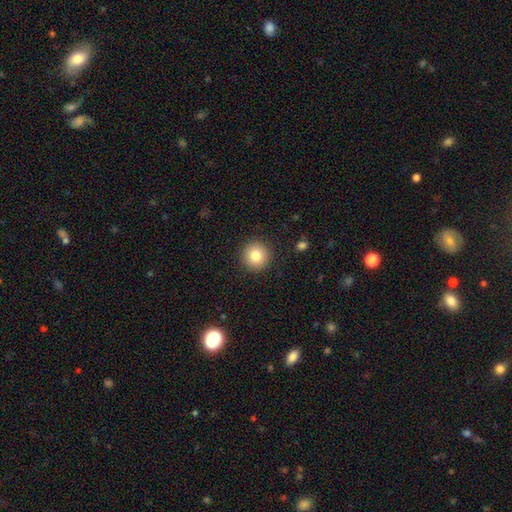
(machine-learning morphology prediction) A smooth galaxy with no disk features (81%) that is round (95%).

Vote fractions:
- Smooth or featured? smooth: 81% / star or artifact: 10% / featured or disk: 9%
- How rounded? round: 95% / in between: 4% / cigar-shaped: 1%
- Merging? none: 92% / minor disturbance: 5% / major disturbance: 2% / merger: 1%